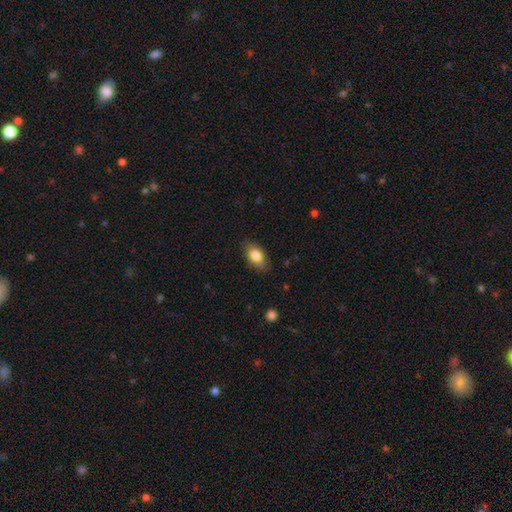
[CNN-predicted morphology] Overall: smooth (82%). How rounded: in between (89%). Merging: none (83%).